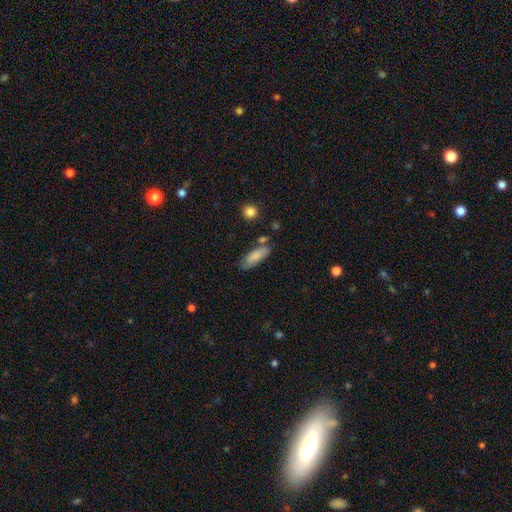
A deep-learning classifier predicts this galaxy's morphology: A smooth galaxy with no disk features (80%) that is in between round and cigar-shaped (66%). Merging: none (68%).